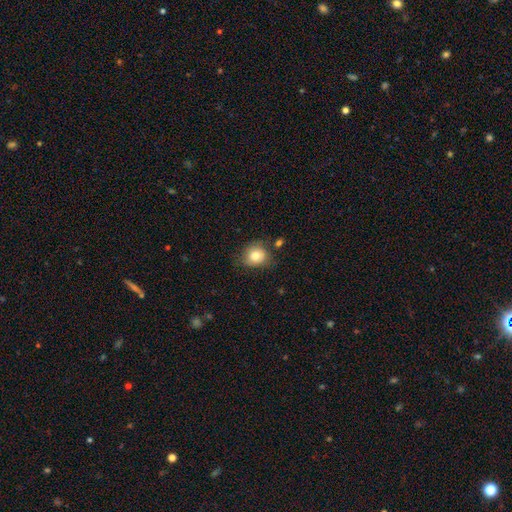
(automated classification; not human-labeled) The model was most divided on "how rounded": round: 69%, in between: 30%, cigar-shaped: 1%. More confident: smooth or featured — smooth (81%); merging — none (70%).